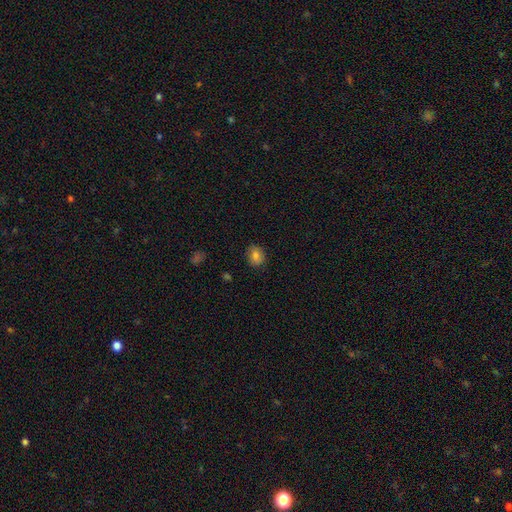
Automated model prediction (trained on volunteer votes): smooth_or_featured: smooth (p=0.82) [alt: star or artifact p=0.10]
how_rounded: round (p=0.59) [alt: in between p=0.41]
merging: none (p=0.85) [alt: minor disturbance p=0.12]